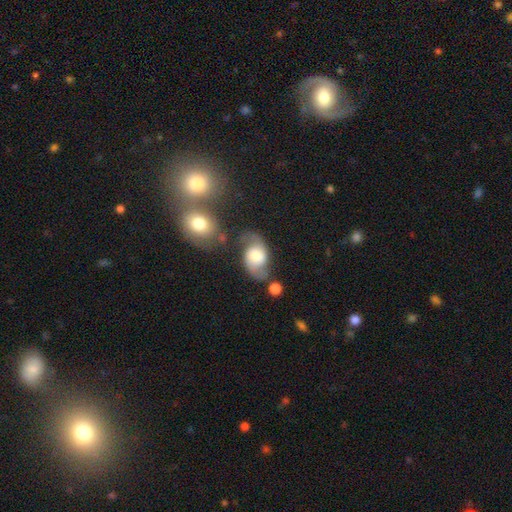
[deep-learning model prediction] Smooth or featured? featured or disk (60%)
Edge-on disk? no (96%)
Bar? no (65%)
Spiral arms? yes (85%)
Bulge size? moderate (56%)
Merging? none (54%)